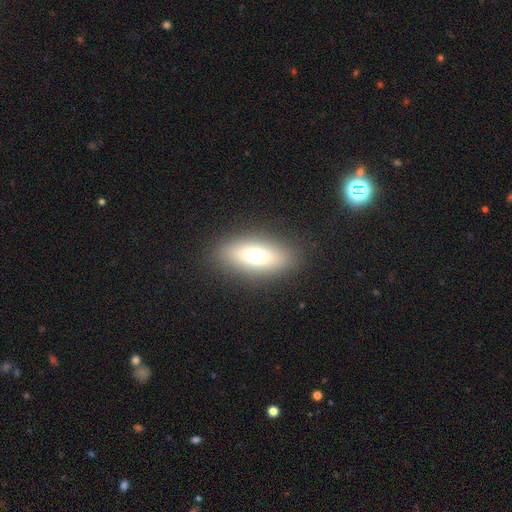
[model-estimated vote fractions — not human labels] Morphology: type=smooth (67%); roundness=in between (75%); merging=none (87%).